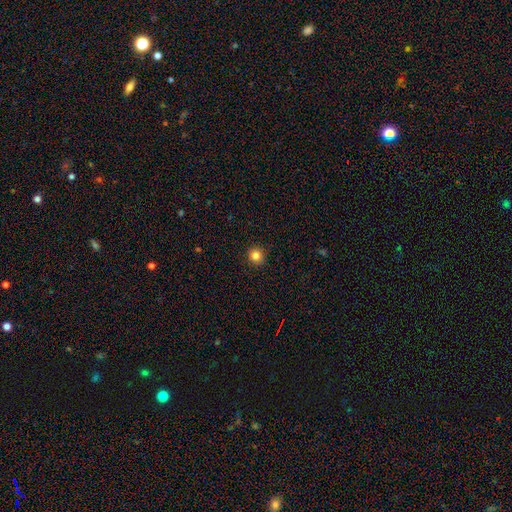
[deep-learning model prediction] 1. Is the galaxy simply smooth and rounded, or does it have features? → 84% smooth, 12% star or artifact, 4% featured or disk.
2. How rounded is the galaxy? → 92% round, 7% in between, 1% cigar-shaped.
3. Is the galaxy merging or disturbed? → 93% none, 5% minor disturbance, 2% major disturbance, 1% merger.